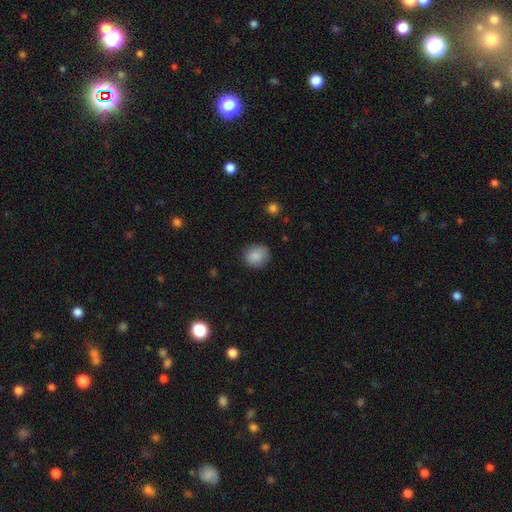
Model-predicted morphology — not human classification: The model was most divided on "how rounded": round: 78%, in between: 21%, cigar-shaped: 1%. More confident: smooth or featured — smooth (87%); merging — none (84%).